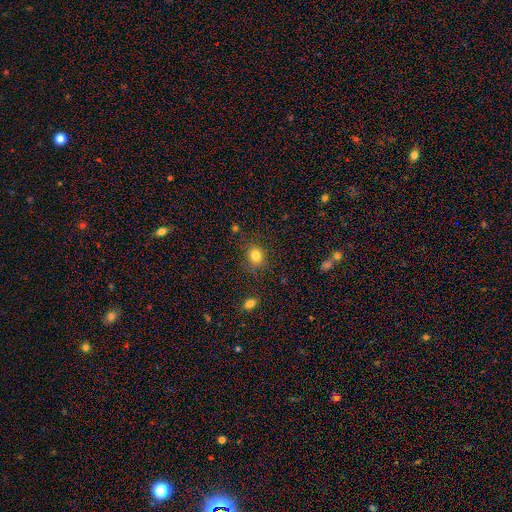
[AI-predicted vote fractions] Q: Smooth or featured?
A: smooth (82%); runner-up: star or artifact (12%)
Q: How rounded?
A: round (78%); runner-up: in between (21%)
Q: Merging?
A: none (82%); runner-up: minor disturbance (12%)